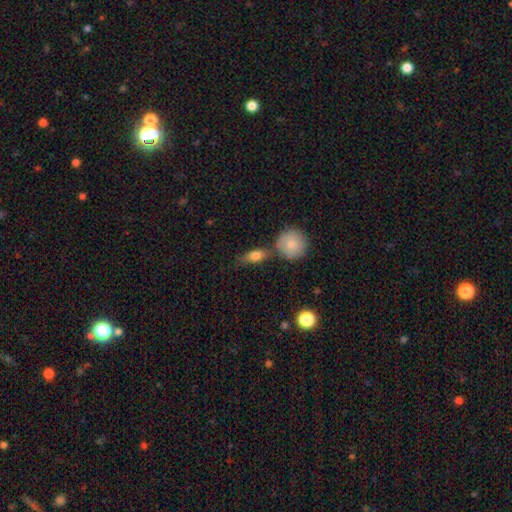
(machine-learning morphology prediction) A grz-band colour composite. It shows a smooth galaxy with no disk features (76%) that is in between round and cigar-shaped (70%). Merging: none (59%).